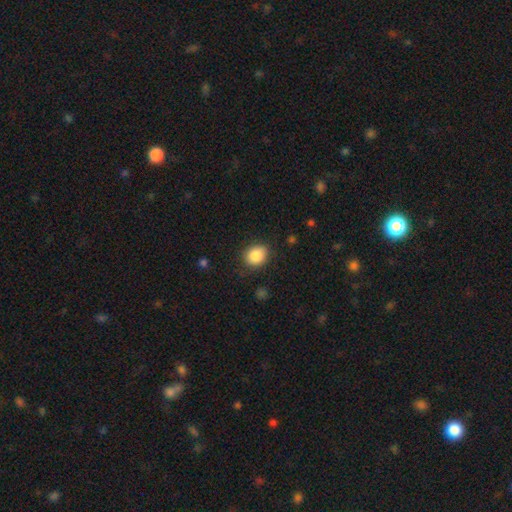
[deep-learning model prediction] A smooth galaxy with no disk features (87%) that is round (54%). Merging: none (82%).